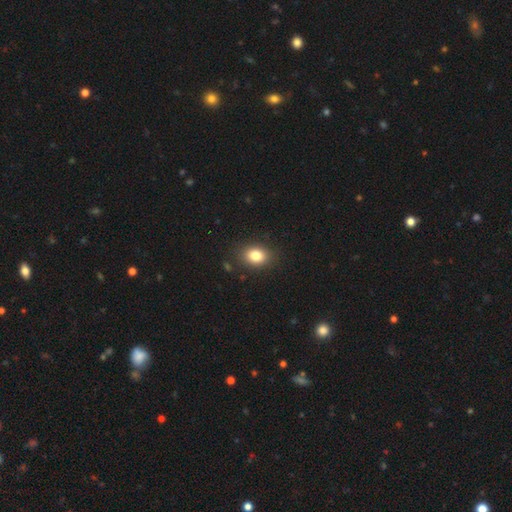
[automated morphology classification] smooth 82%, star or artifact 10%, featured or disk 8%. Down the decision tree: how rounded — in between (65%); merging — none (86%).